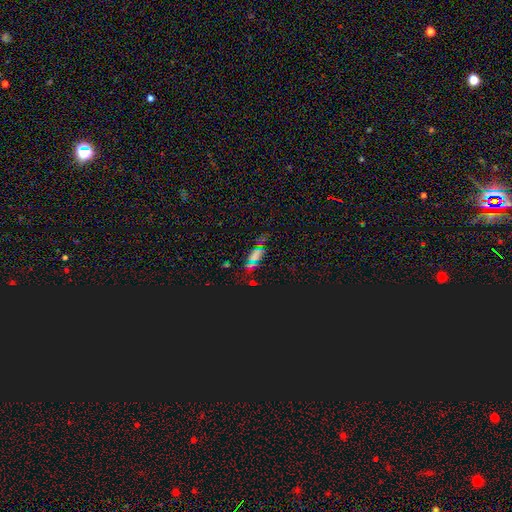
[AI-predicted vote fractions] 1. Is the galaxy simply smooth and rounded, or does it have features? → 54% star or artifact, 33% smooth, 13% featured or disk.